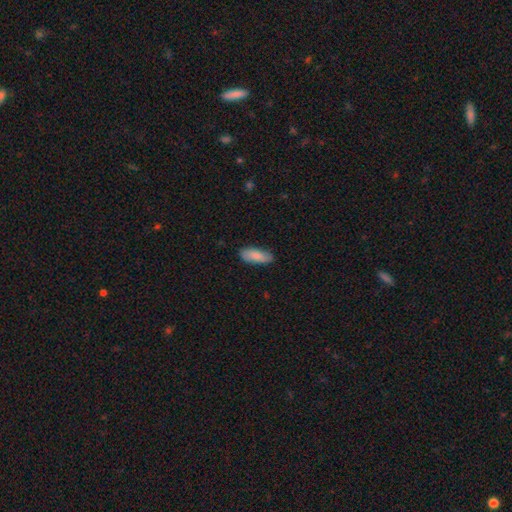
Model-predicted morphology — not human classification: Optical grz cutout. It shows a smooth galaxy with no disk features (86%) that is in between round and cigar-shaped (78%). Merging: none (82%).